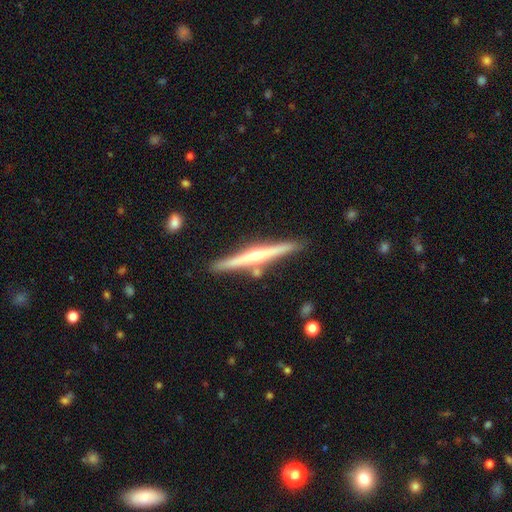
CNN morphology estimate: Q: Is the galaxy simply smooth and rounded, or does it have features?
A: featured or disk — 80%.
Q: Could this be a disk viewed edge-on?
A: yes — 98%.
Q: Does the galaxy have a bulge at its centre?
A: rounded — 87%.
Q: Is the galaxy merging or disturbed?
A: none — 88%.